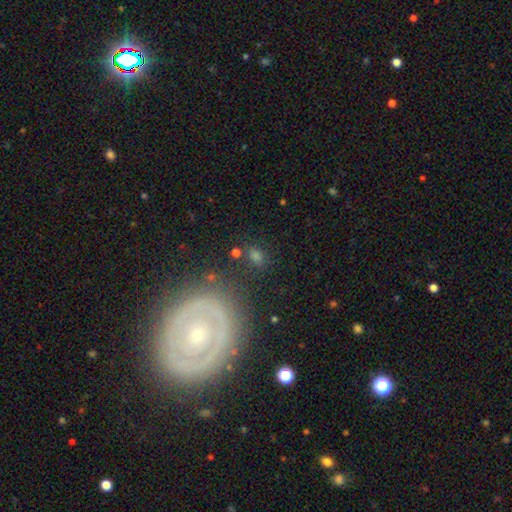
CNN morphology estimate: This appears to be a smooth galaxy with no disk features (50%) that is in between round and cigar-shaped (52%). Merging: none (72%).